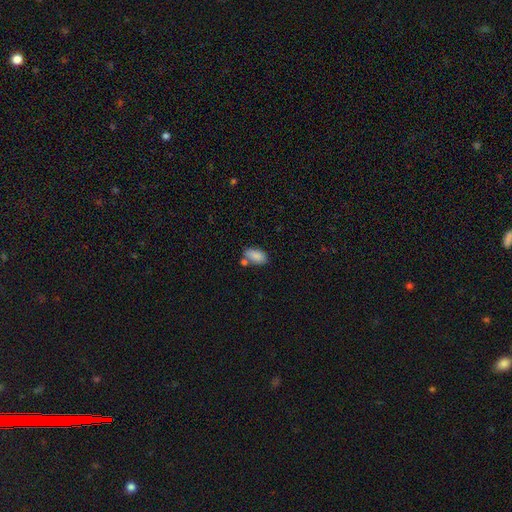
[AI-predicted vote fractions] Morphology: type=smooth (86%); roundness=in between (92%); merging=none (57%).